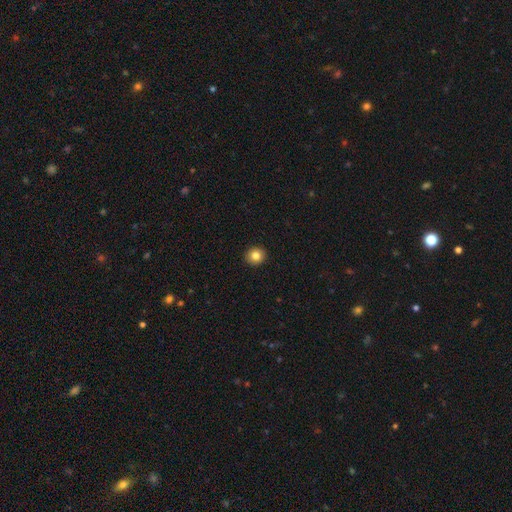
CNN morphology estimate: The model was most divided on "smooth or featured": smooth: 83%, star or artifact: 10%, featured or disk: 7%. More confident: merging — none (93%); how rounded — round (87%).